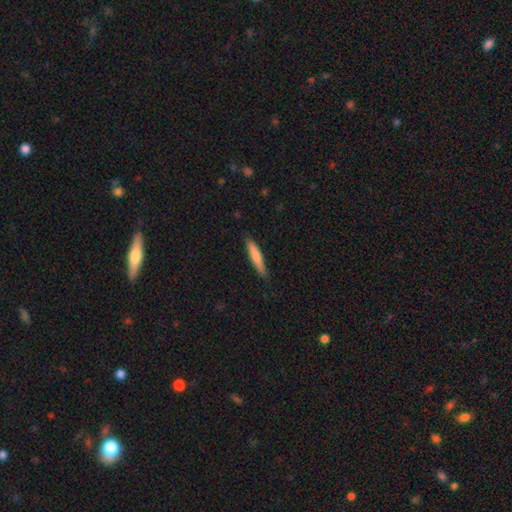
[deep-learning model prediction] This is likely a smooth galaxy (75%). How rounded: clearly cigar-shaped (90%). Merging: clearly none (80%).